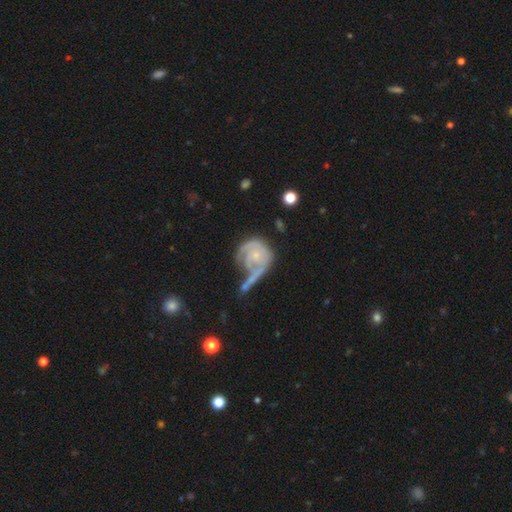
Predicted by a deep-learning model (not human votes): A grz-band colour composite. It shows a featured or disk galaxy (72%) with no bar (77%), 1 (34%) tight (56%) spiral arms (83%) and a small central bulge (69%). Merging: none (31%).